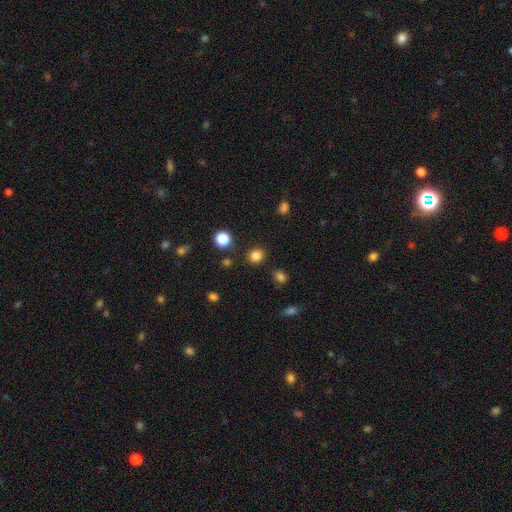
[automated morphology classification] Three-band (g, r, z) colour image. It shows a smooth galaxy with no disk features (82%) that is round (80%). Merging: none (86%).